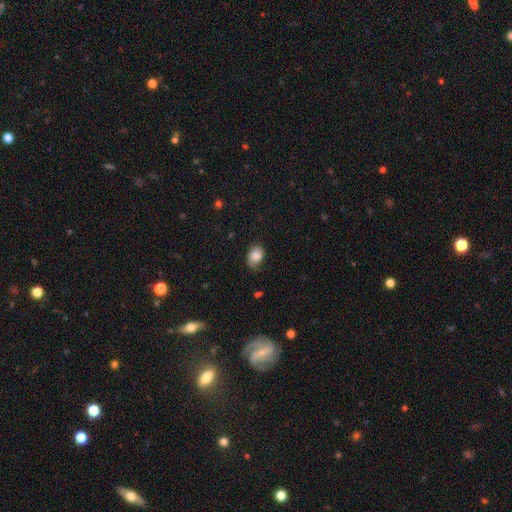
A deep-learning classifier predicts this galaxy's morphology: smooth-or-featured: smooth: 83% | featured or disk: 9% | star or artifact: 8%
  how-rounded: in between: 72% | round: 26% | cigar-shaped: 1%
  merging: none: 64% | minor disturbance: 28% | major disturbance: 6% | merger: 1%